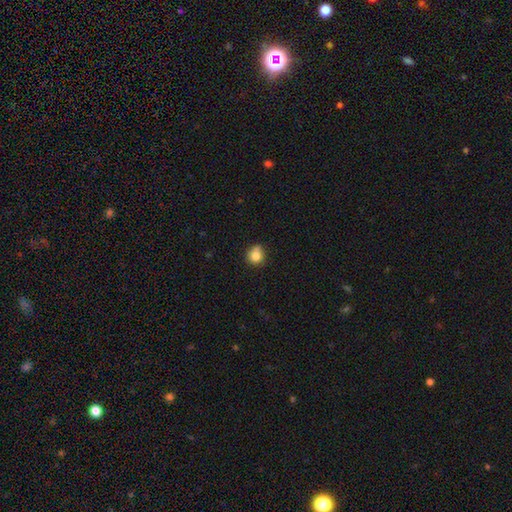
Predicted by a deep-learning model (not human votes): Overall: smooth (81%). How rounded: round (83%). Merging: none (59%; minor disturbance 25%).